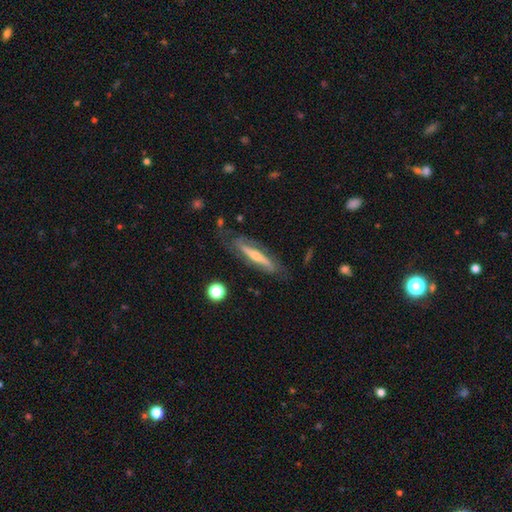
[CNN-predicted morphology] The model was most divided on "edge-on disk": yes: 60%, no: 40%. More confident: smooth or featured — featured or disk (73%); merging — none (68%).